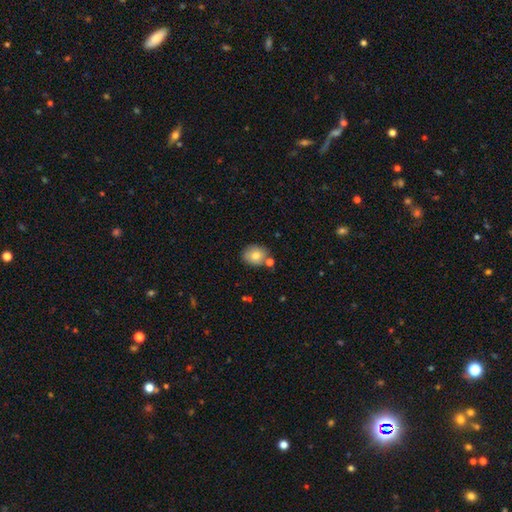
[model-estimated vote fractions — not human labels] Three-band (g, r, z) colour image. It shows a smooth galaxy with no disk features (77%) that is round (65%). Merging: none (72%).